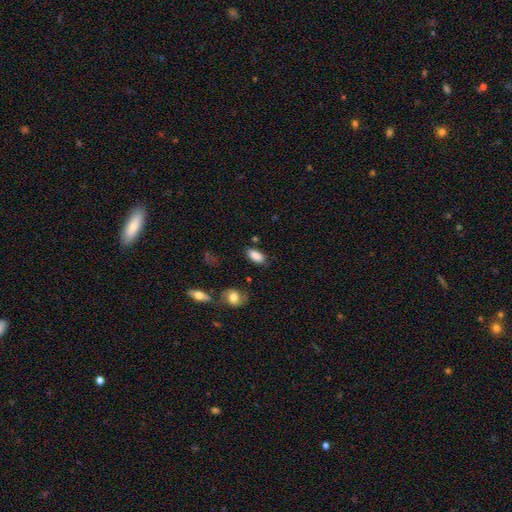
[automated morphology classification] Overall: smooth (87%). How rounded: in between (91%). Merging: none (81%).